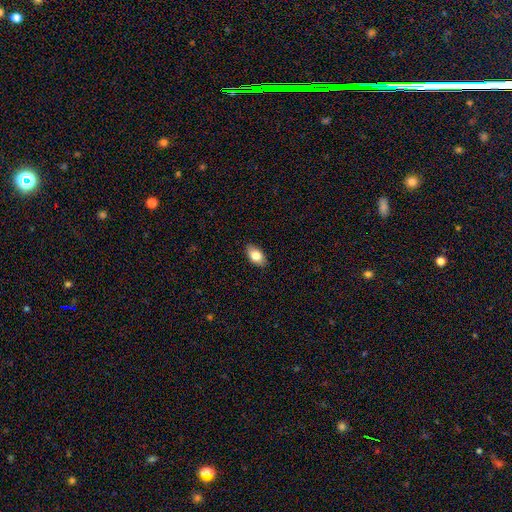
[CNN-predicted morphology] Q: Smooth or featured?
A: smooth (80%); runner-up: featured or disk (13%)
Q: How rounded?
A: in between (91%); runner-up: round (7%)
Q: Merging?
A: none (87%); runner-up: minor disturbance (10%)